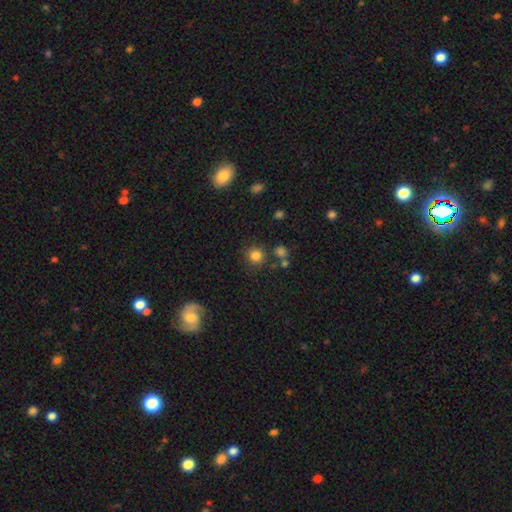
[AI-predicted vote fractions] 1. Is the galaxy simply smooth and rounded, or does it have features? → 81% smooth, 13% star or artifact, 6% featured or disk.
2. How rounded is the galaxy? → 89% round, 10% in between, 1% cigar-shaped.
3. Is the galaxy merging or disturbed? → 81% none, 9% minor disturbance, 7% merger, 4% major disturbance.